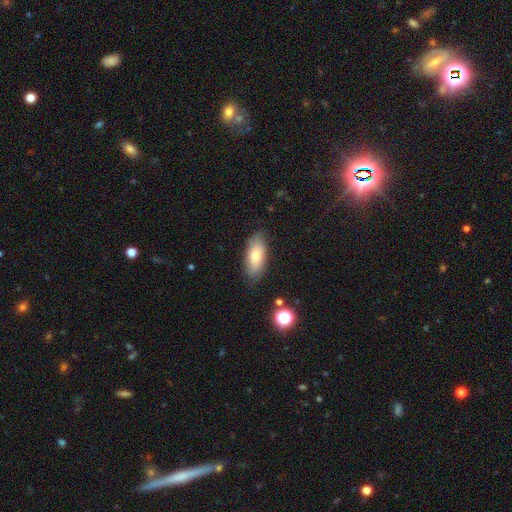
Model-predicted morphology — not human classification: A smooth galaxy with no disk features (73%) that is in between round and cigar-shaped (84%).

Vote fractions:
- Smooth or featured? smooth: 73% / featured or disk: 19% / star or artifact: 7%
- How rounded? in between: 84% / cigar-shaped: 13% / round: 3%
- Merging? none: 78% / minor disturbance: 17% / major disturbance: 4% / merger: 2%